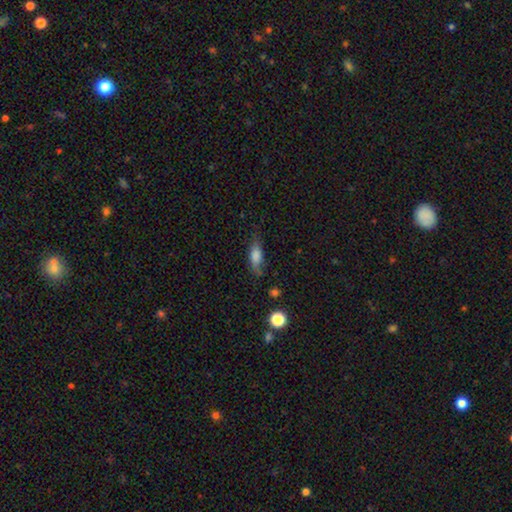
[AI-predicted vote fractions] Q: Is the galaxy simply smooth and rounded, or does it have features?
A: smooth — 72%.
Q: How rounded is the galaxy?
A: in between — 66%.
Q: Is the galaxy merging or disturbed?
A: none — 65%.